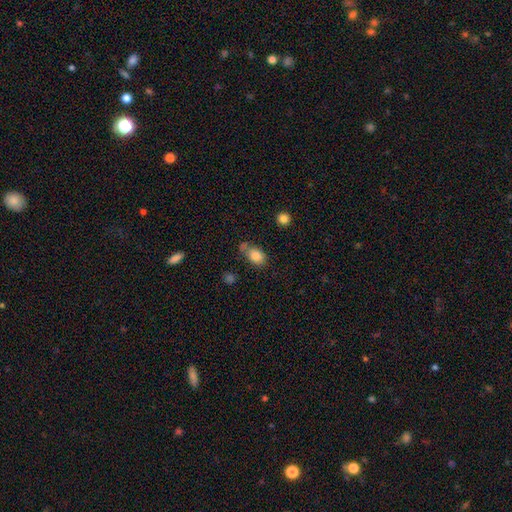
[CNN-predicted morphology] A smooth galaxy with no disk features (84%) that is in between round and cigar-shaped (72%).

Vote fractions:
- Smooth or featured? smooth: 84% / star or artifact: 9% / featured or disk: 7%
- How rounded? in between: 72% / round: 26% / cigar-shaped: 2%
- Merging? none: 53% / minor disturbance: 23% / merger: 16% / major disturbance: 8%